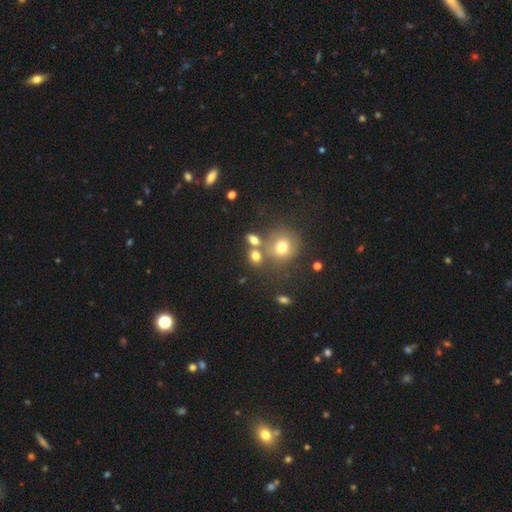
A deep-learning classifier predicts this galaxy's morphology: type=smooth (73%); roundness=round (60%); merging=none (55%).